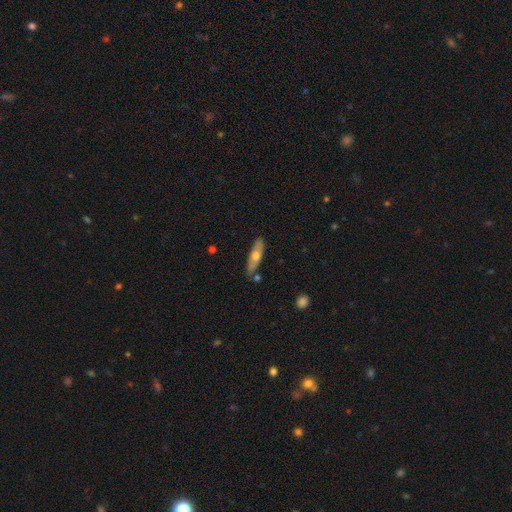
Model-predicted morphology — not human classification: This is possibly a smooth galaxy (54%). How rounded: likely cigar-shaped (60%). Merging: likely none (79%).